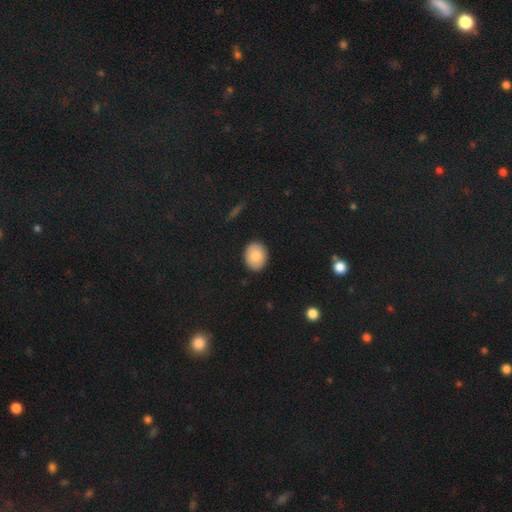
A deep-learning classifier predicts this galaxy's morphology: smooth_or_featured: smooth (p=0.79) [alt: featured or disk p=0.13]
how_rounded: in between (p=0.50) [alt: round p=0.49]
merging: none (p=0.90) [alt: minor disturbance p=0.07]